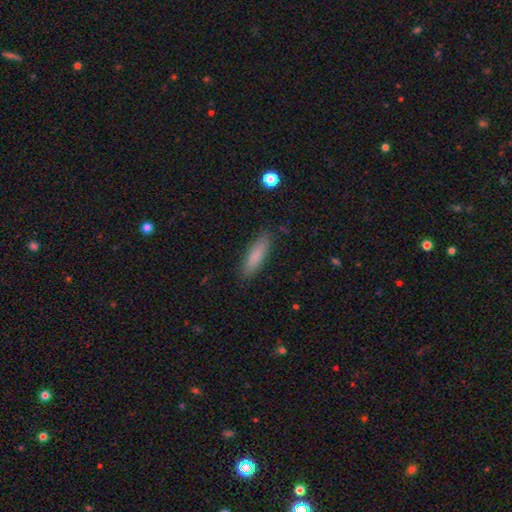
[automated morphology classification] smooth-or-featured: smooth: 82% | featured or disk: 11% | star or artifact: 7%
  how-rounded: cigar-shaped: 71% | in between: 28% | round: 1%
  merging: none: 87% | minor disturbance: 10% | major disturbance: 2% | merger: 1%